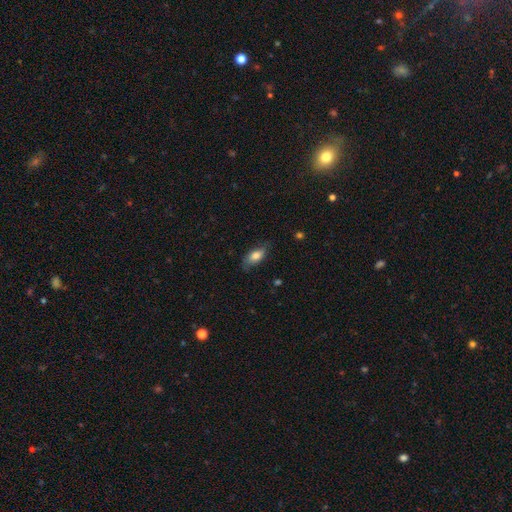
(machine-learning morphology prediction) This is likely a smooth galaxy (74%). How rounded: clearly in between (86%). Merging: likely none (71%).